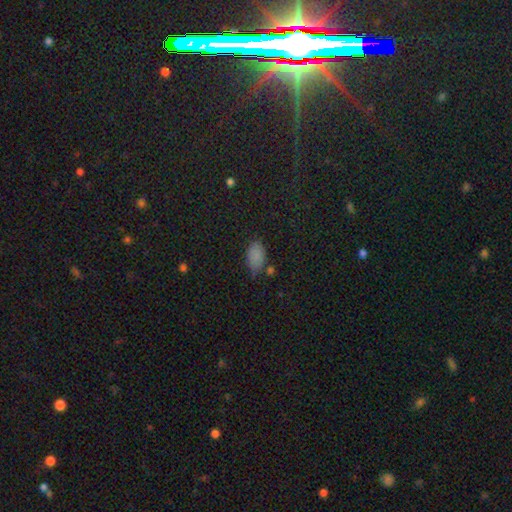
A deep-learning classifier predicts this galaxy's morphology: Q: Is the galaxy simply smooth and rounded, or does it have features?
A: smooth — 81%.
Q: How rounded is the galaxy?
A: in between — 91%.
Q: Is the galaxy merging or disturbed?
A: none — 61%.